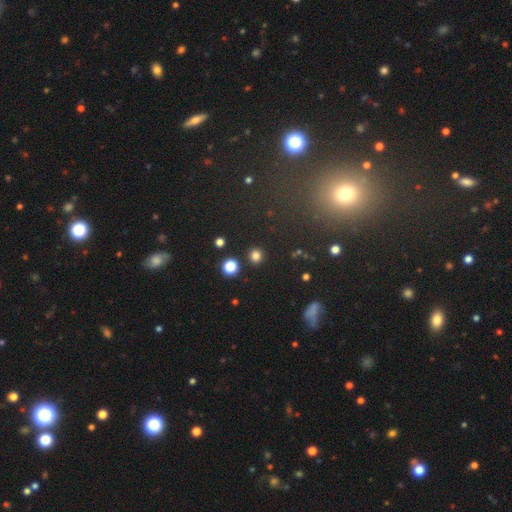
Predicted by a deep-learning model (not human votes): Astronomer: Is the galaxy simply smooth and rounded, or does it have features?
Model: smooth — 80%.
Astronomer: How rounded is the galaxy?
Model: round — 91%.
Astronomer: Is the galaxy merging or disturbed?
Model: none — 89%.